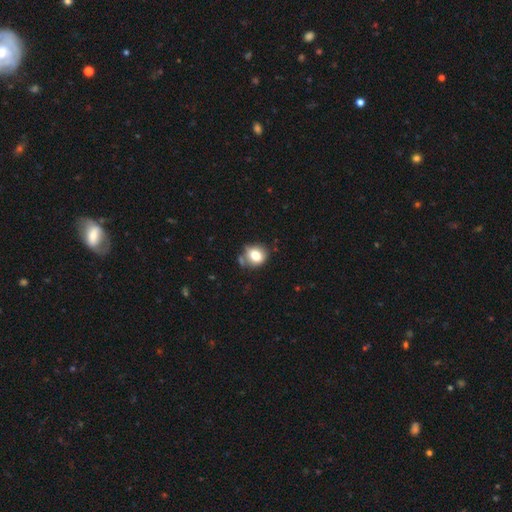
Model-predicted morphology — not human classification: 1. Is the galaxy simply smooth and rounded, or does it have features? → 77% smooth, 13% featured or disk, 11% star or artifact.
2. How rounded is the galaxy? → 74% round, 25% in between, 1% cigar-shaped.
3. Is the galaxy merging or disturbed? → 62% none, 20% minor disturbance, 12% merger, 6% major disturbance.